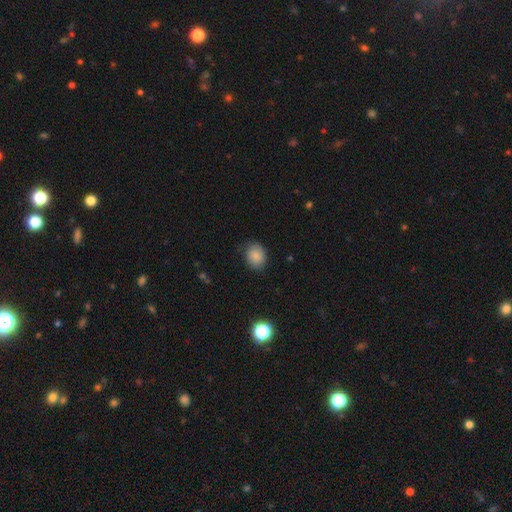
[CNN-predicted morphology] type=smooth (85%); roundness=round (50%); merging=none (77%).